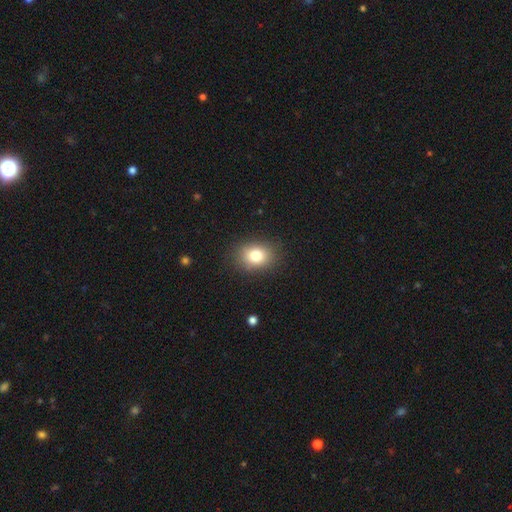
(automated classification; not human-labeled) smooth_or_featured: smooth (p=0.80) [alt: star or artifact p=0.11]
how_rounded: in between (p=0.56) [alt: round p=0.43]
merging: none (p=0.86) [alt: minor disturbance p=0.10]